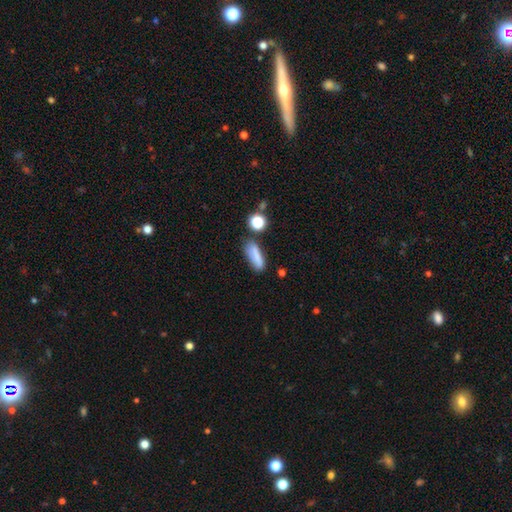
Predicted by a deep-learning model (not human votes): Smooth or featured? smooth (78%)
How rounded? in between (50%)
Merging? none (68%)